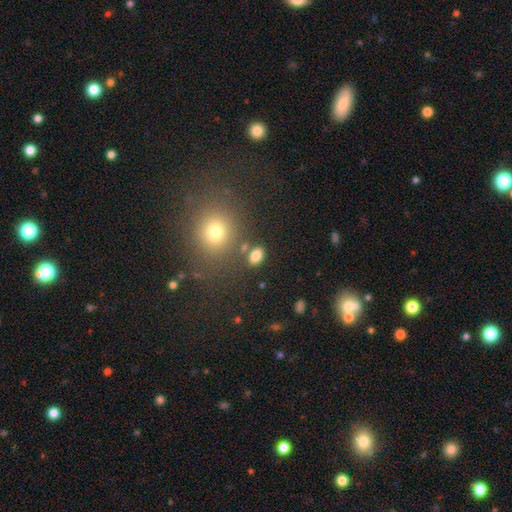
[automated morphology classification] smooth-or-featured: smooth: 81% | star or artifact: 12% | featured or disk: 7%
  how-rounded: in between: 81% | round: 17% | cigar-shaped: 2%
  merging: none: 77% | minor disturbance: 11% | merger: 8% | major disturbance: 4%